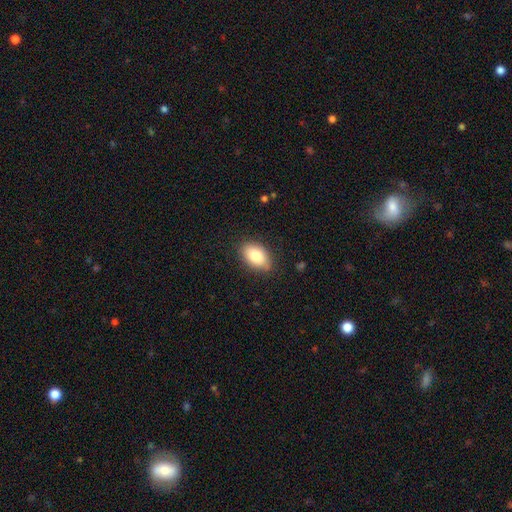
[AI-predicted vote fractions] smooth 82%, featured or disk 11%, star or artifact 7%. Down the decision tree: how rounded — in between (90%); merging — none (83%).